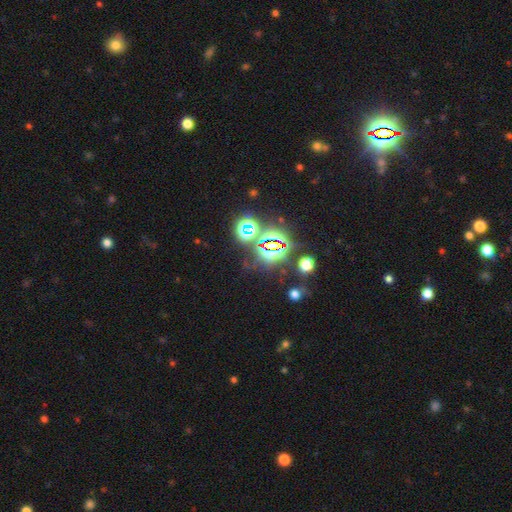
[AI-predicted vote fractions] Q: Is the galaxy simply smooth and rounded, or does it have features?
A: star or artifact — 79%.